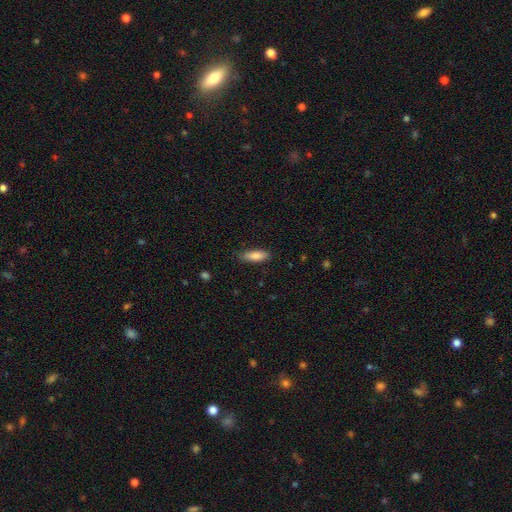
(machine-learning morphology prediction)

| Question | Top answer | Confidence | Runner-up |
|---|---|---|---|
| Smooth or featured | smooth | 85% | featured or disk (9%) |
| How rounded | in between | 56% | cigar-shaped (42%) |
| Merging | none | 84% | minor disturbance (13%) |